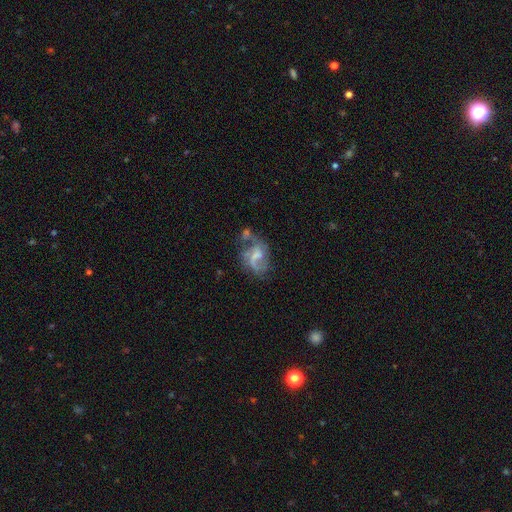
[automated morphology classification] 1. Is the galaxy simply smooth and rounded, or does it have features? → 73% featured or disk, 18% smooth, 9% star or artifact.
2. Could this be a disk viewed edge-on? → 98% no, 2% yes.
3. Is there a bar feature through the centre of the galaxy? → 49% weak, 38% no, 13% strong.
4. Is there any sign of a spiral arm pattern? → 82% yes, 18% no.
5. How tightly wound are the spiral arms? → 48% loose, 40% medium, 12% tight.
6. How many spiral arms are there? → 65% 2, 16% 1, 11% can't tell, 4% 3, 2% 4, 2% more than 4.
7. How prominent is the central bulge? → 37% none, 32% small, 25% moderate, 5% large, 1% dominant.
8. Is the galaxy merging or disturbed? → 34% none, 28% major disturbance, 20% minor disturbance, 18% merger.